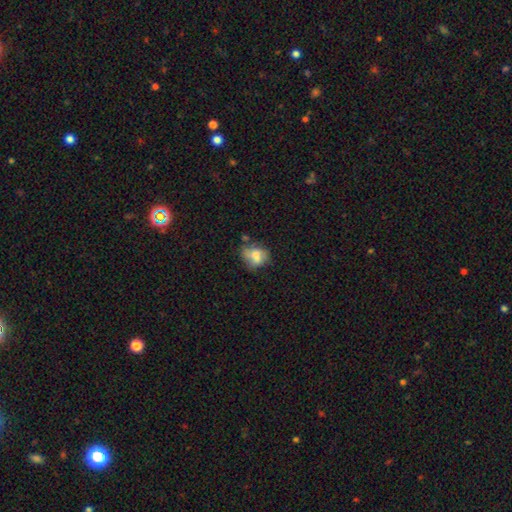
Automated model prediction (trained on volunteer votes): smooth 61%, featured or disk 29%, star or artifact 10%. Down the decision tree: how rounded — round (50%); merging — none (40%).